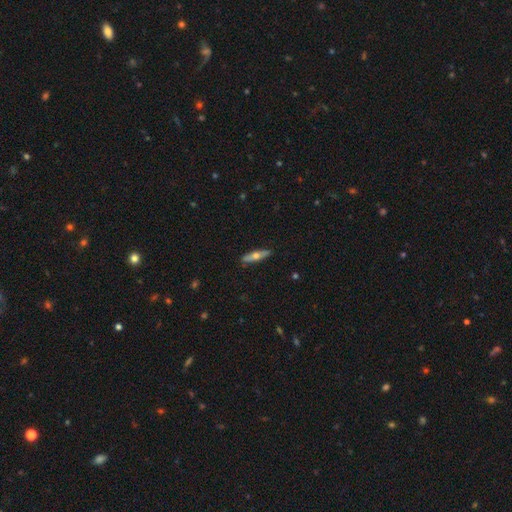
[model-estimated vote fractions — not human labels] A smooth galaxy with no disk features (47%, tied with featured or disk).

Vote fractions:
- Smooth or featured? smooth: 47% (tied) / featured or disk: 47% (tied) / star or artifact: 6%
- Merging? none: 89% / minor disturbance: 8% / major disturbance: 2% / merger: 1%